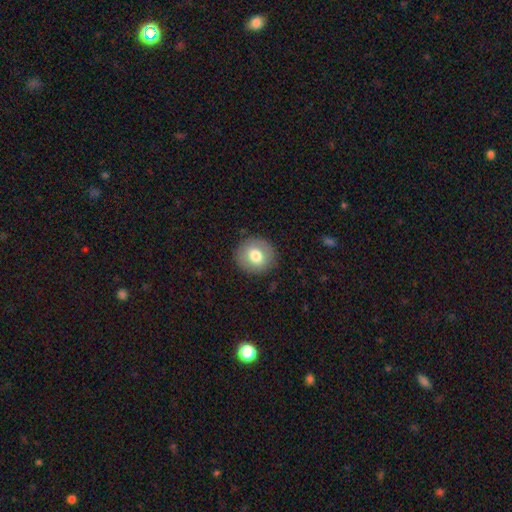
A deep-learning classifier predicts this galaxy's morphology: Smooth or featured?
  - smooth: 74% *
  - featured or disk: 18%
  - star or artifact: 8%
How rounded?
  - round: 87% *
  - in between: 12%
  - cigar-shaped: 1%
Merging?
  - none: 88% *
  - minor disturbance: 8%
  - major disturbance: 3%
  - merger: 1%